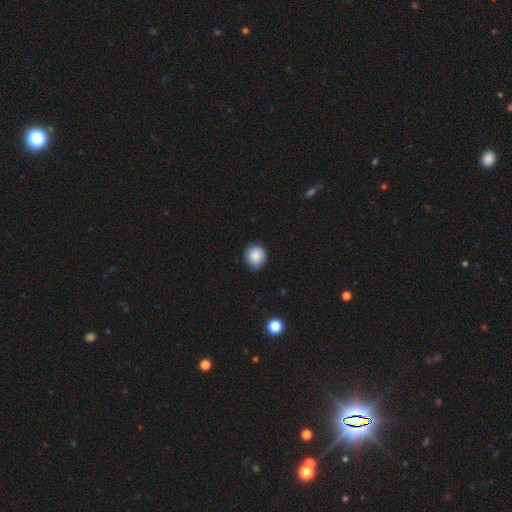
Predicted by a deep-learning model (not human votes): smooth 85%, star or artifact 8%, featured or disk 7%. Down the decision tree: how rounded — round (85%); merging — none (83%).